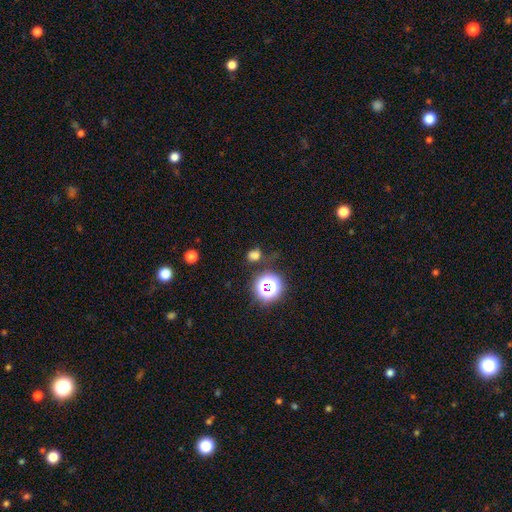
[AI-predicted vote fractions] smooth_or_featured: smooth (p=0.63) [alt: star or artifact p=0.29]
how_rounded: round (p=0.56) [alt: in between p=0.42]
merging: none (p=0.64) [alt: minor disturbance p=0.18]